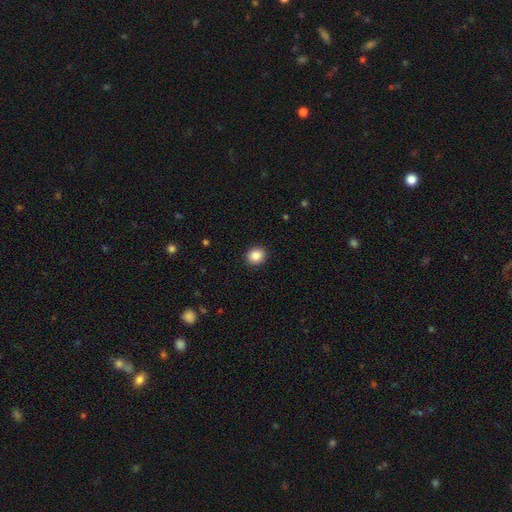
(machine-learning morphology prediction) A smooth galaxy with no disk features (86%) that is round (78%). Merging: none (92%).